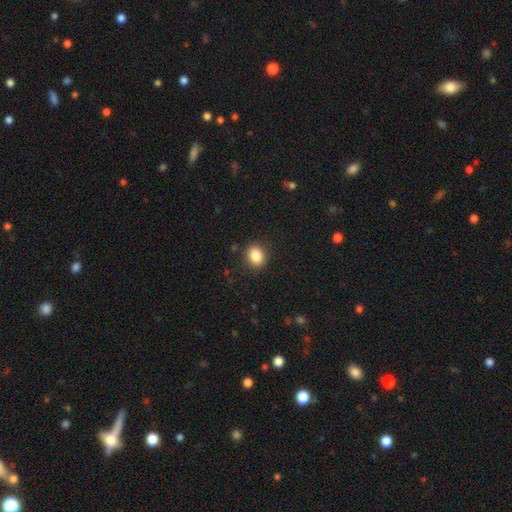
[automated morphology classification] The model was most divided on "how rounded": in between: 52%, round: 47%, cigar-shaped: 1%. More confident: merging — none (88%); smooth or featured — smooth (87%).